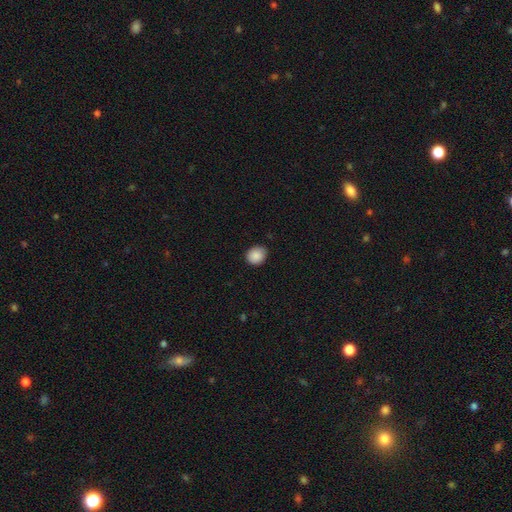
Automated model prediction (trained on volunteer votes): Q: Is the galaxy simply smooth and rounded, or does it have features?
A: smooth — 88%.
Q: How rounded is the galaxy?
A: round — 67%.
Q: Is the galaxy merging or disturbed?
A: none — 82%.